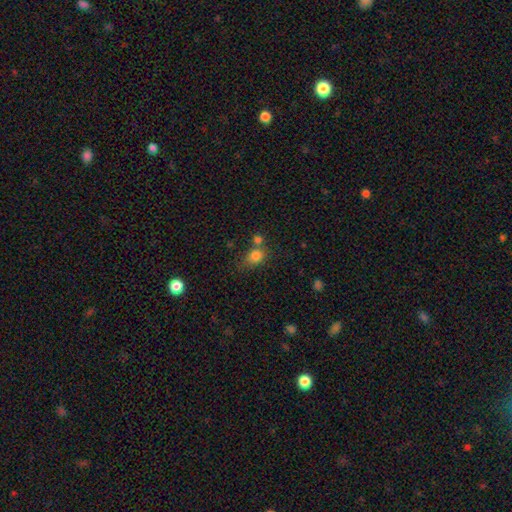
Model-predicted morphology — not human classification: Smooth or featured? smooth (81%)
How rounded? round (55%)
Merging? none (49%)